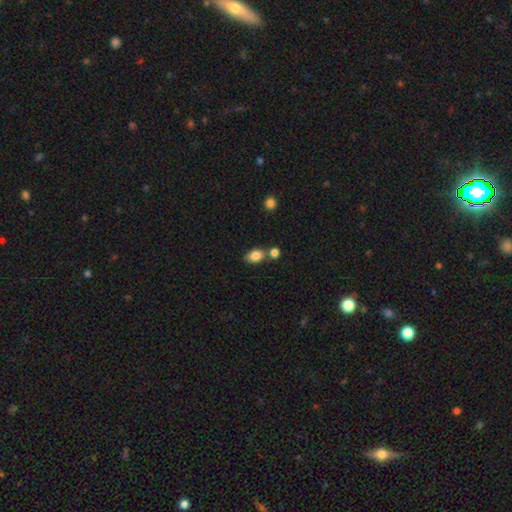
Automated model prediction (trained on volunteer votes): Morphology: type=smooth (83%); roundness=in between (77%); merging=none (55%).